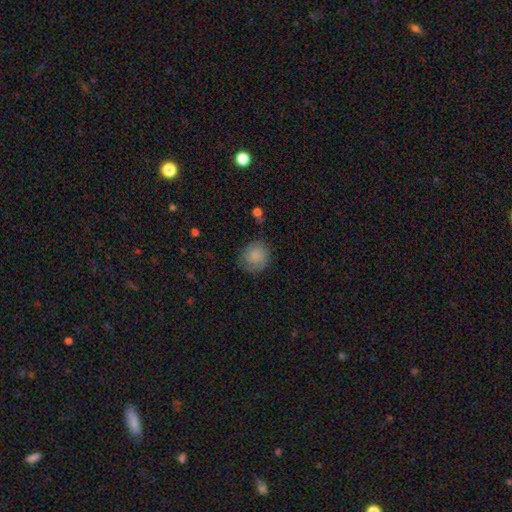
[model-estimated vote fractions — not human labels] Smooth or featured?
  - smooth: 79% *
  - featured or disk: 13%
  - star or artifact: 8%
How rounded?
  - round: 83% *
  - in between: 16%
  - cigar-shaped: 1%
Merging?
  - none: 75% *
  - minor disturbance: 18%
  - major disturbance: 5%
  - merger: 2%